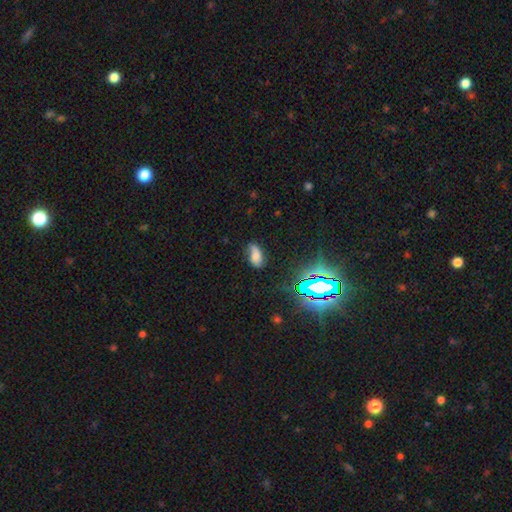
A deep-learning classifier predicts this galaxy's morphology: smooth 62%, star or artifact 20%, featured or disk 18%. Down the decision tree: how rounded — in between (89%); merging — none (57%).